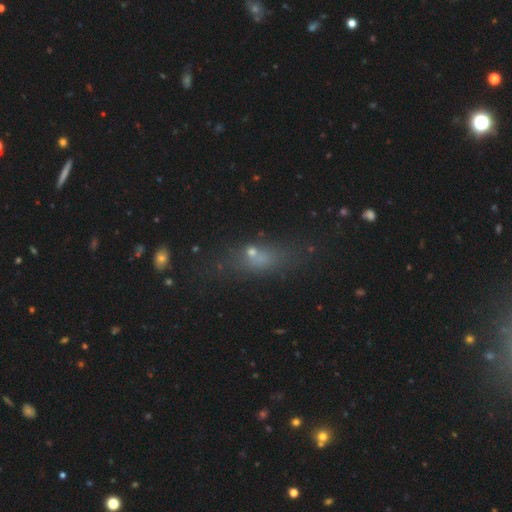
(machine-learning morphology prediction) Smooth or featured? Predicted: smooth (p=0.54). How rounded? Predicted: in between (p=0.60). Merging? Predicted: none (p=0.47).